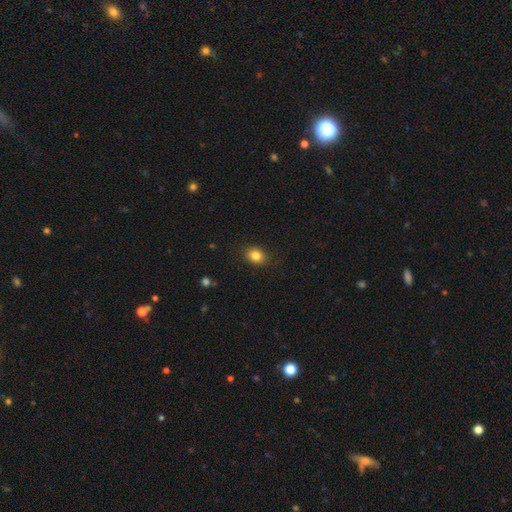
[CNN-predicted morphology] Smooth or featured? Predicted: smooth (p=0.84). How rounded? Predicted: in between (p=0.50). Merging? Predicted: none (p=0.88).